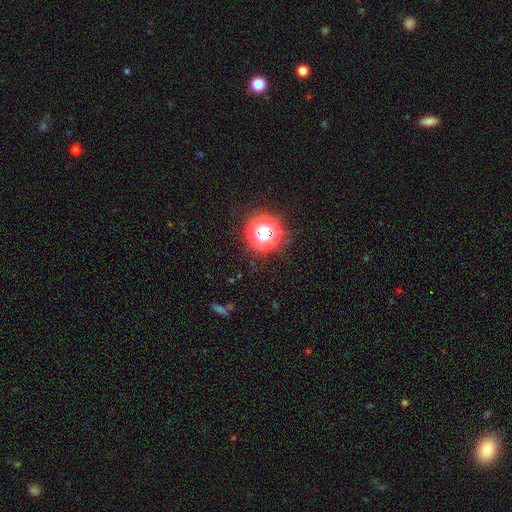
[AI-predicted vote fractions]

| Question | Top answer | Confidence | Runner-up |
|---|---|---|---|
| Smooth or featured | star or artifact | 74% | smooth (20%) |